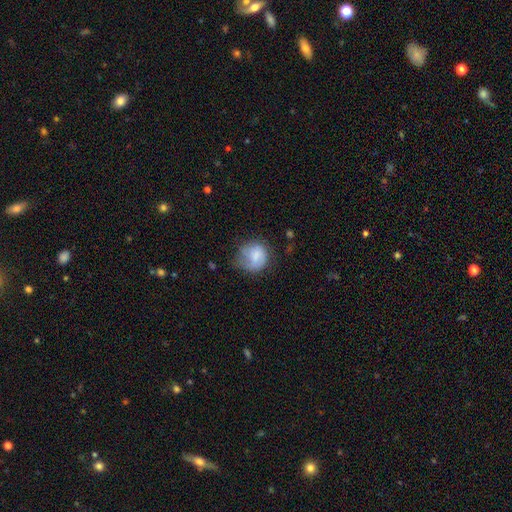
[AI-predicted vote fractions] The model was most divided on "merging": none: 41%, minor disturbance: 34%, major disturbance: 22%, merger: 2%. More confident: how rounded — round (74%); smooth or featured — smooth (72%).